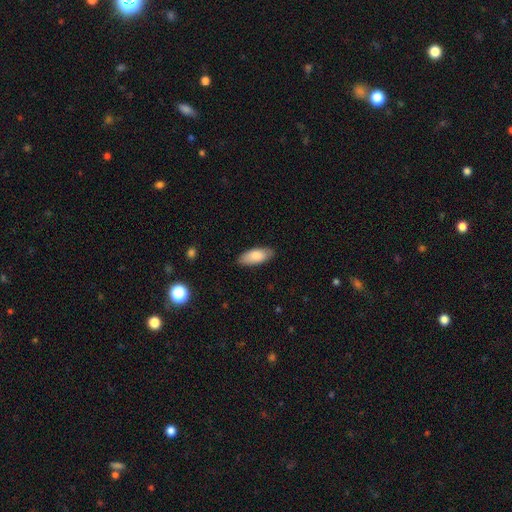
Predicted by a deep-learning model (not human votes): A smooth galaxy with no disk features (84%) that is in between round and cigar-shaped (82%).

Vote fractions:
- Smooth or featured? smooth: 84% / featured or disk: 10% / star or artifact: 6%
- How rounded? in between: 82% / cigar-shaped: 16% / round: 2%
- Merging? none: 85% / minor disturbance: 12% / major disturbance: 2% / merger: 1%